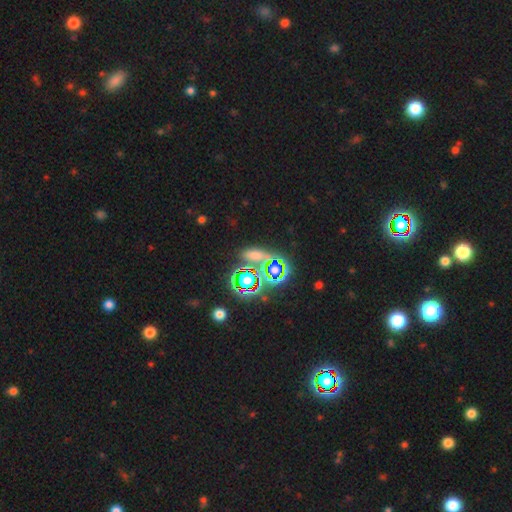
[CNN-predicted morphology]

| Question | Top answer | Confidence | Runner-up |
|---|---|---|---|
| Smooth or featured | star or artifact | 50% | smooth (38%) |